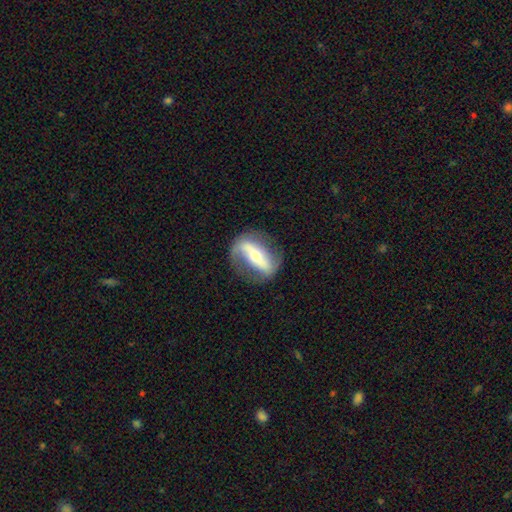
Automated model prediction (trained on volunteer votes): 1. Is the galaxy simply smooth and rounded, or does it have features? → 74% featured or disk, 21% smooth, 6% star or artifact.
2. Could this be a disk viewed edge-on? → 76% no, 24% yes.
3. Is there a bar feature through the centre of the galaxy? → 71% strong, 15% no, 14% weak.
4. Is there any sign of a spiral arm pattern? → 63% yes, 37% no.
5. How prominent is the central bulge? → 49% moderate, 43% small, 5% large, 2% dominant, 1% none.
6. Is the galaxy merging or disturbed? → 75% none, 15% minor disturbance, 9% major disturbance, 1% merger.